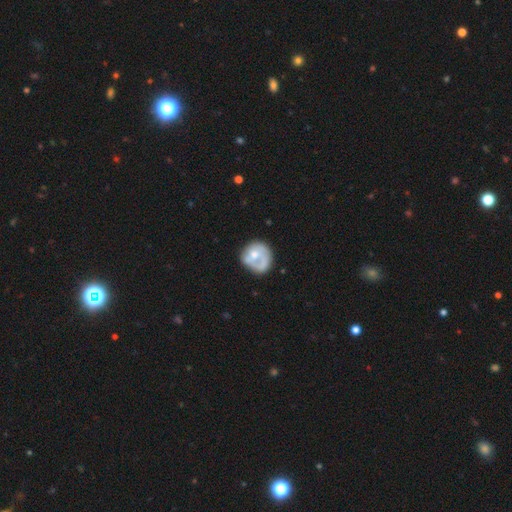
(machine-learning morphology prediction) Smooth or featured: smooth — 49% (featured or disk — 44%)
Merging: none — 49% (minor disturbance — 25%)